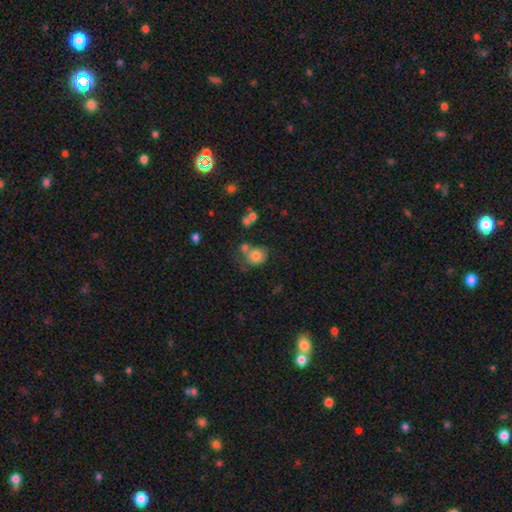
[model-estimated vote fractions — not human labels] Morphology: type=smooth (77%); roundness=round (66%); merging=none (43%).